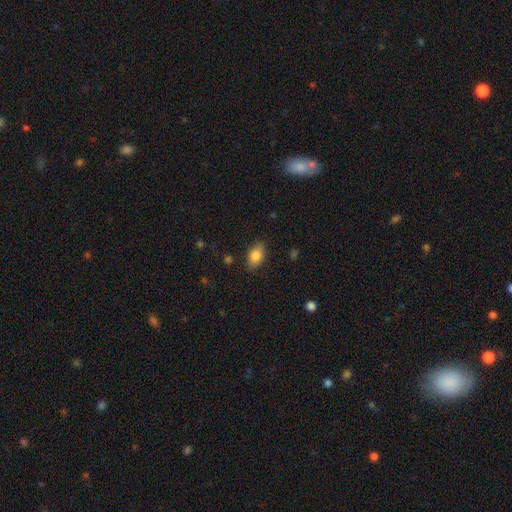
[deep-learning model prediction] Overall: smooth (80%). How rounded: in between (86%). Merging: none (82%).